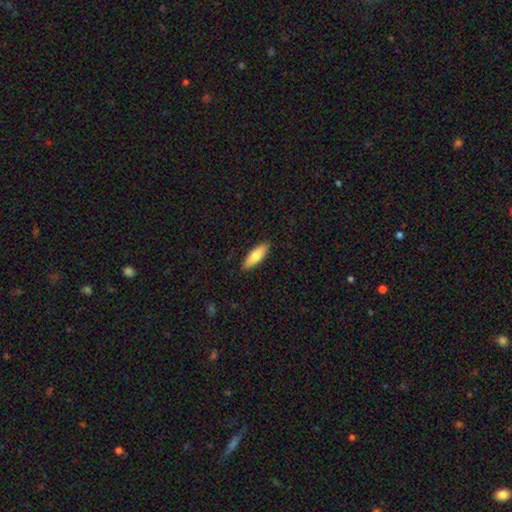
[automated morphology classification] A smooth galaxy with no disk features (76%) that is in between round and cigar-shaped (55%). Merging: none (89%).